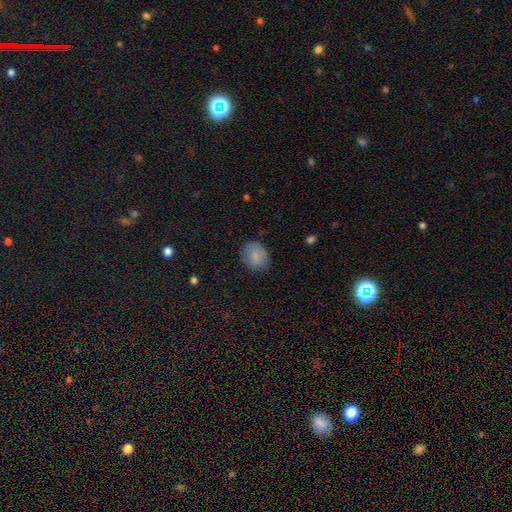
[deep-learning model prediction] Smooth or featured? Predicted: smooth (p=0.83). How rounded? Predicted: round (p=0.58). Merging? Predicted: none (p=0.76).